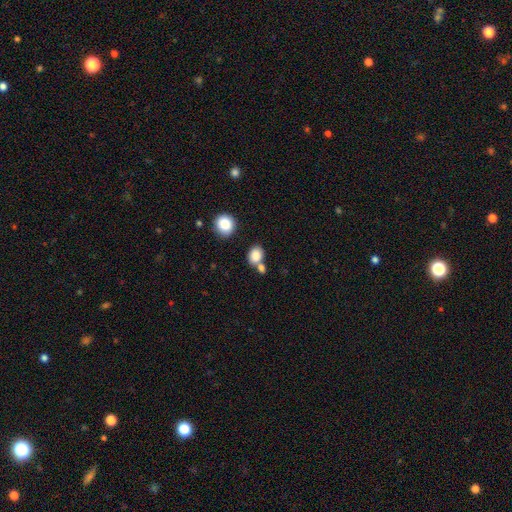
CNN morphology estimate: Smooth or featured?
  - smooth: 84% *
  - star or artifact: 9%
  - featured or disk: 7%
How rounded?
  - in between: 52% *
  - round: 47%
  - cigar-shaped: 1%
Merging?
  - none: 50% *
  - merger: 34%
  - minor disturbance: 11%
  - major disturbance: 4%